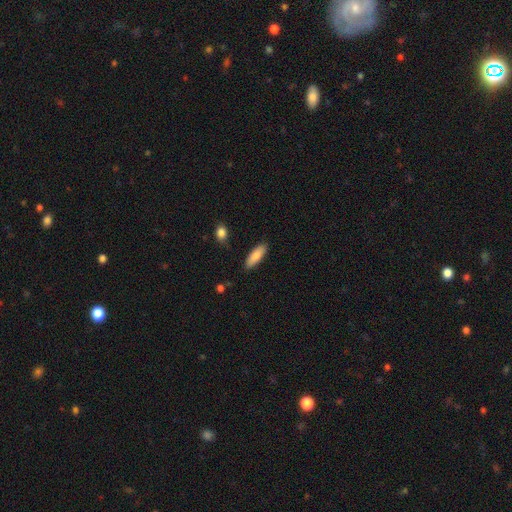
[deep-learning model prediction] smooth_or_featured: smooth (p=0.85) [alt: featured or disk p=0.09]
how_rounded: in between (p=0.55) [alt: cigar-shaped p=0.44]
merging: none (p=0.86) [alt: minor disturbance p=0.10]